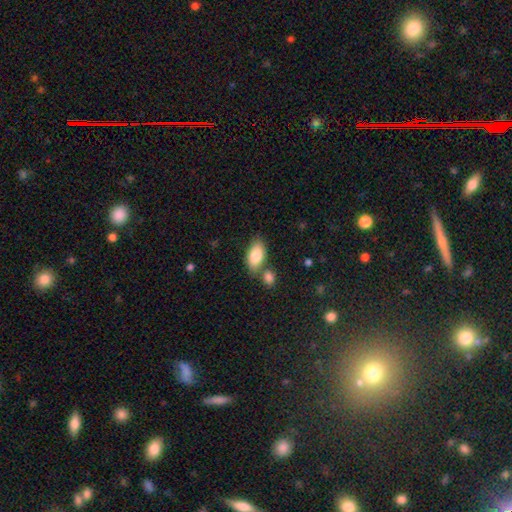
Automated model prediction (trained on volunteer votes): Morphology: type=smooth (83%); roundness=in between (92%); merging=none (64%).